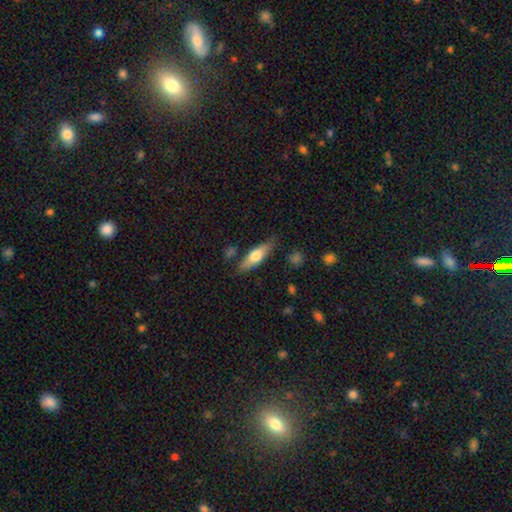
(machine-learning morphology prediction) type=smooth (59%); roundness=cigar-shaped (53%); merging=none (79%).